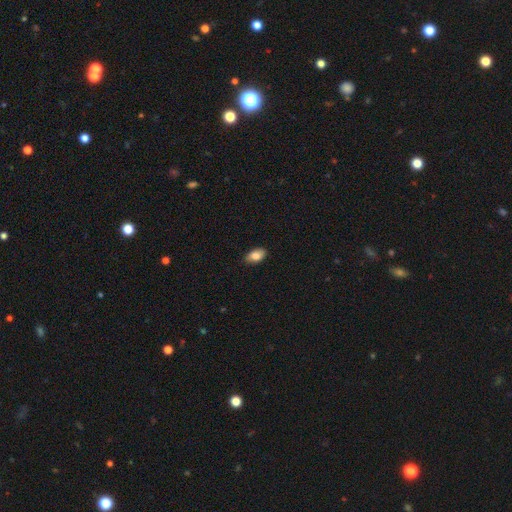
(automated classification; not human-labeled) The model was most divided on "merging": none: 85%, minor disturbance: 12%, major disturbance: 2%, merger: 1%. More confident: how rounded — in between (92%); smooth or featured — smooth (84%).